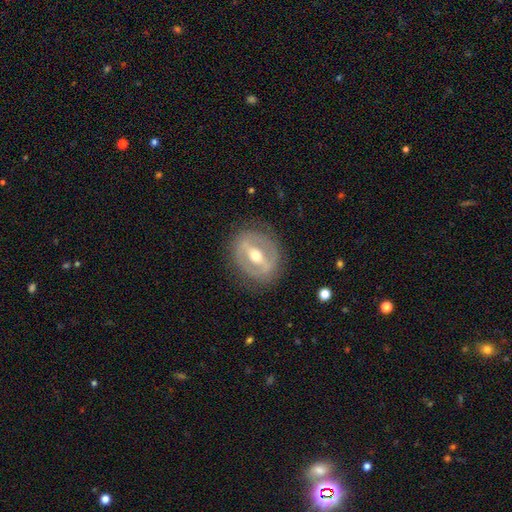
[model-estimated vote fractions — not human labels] A featured or disk galaxy (75%) with a strong bar (64%), no spiral arms (72%) and a moderate central bulge (75%). Merging: none (81%).